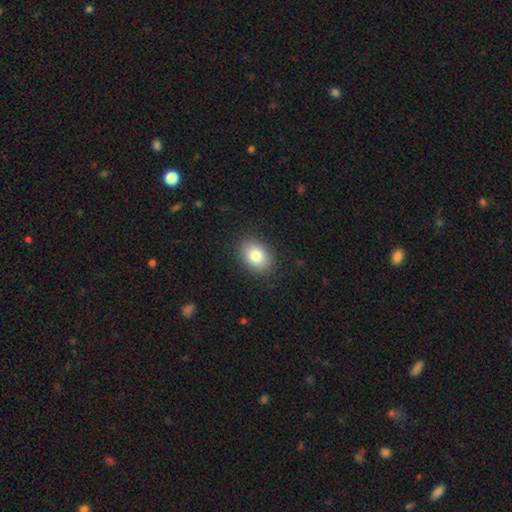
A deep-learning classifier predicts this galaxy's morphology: smooth 82%, featured or disk 9%, star or artifact 9%. Down the decision tree: how rounded — in between (73%); merging — none (87%).